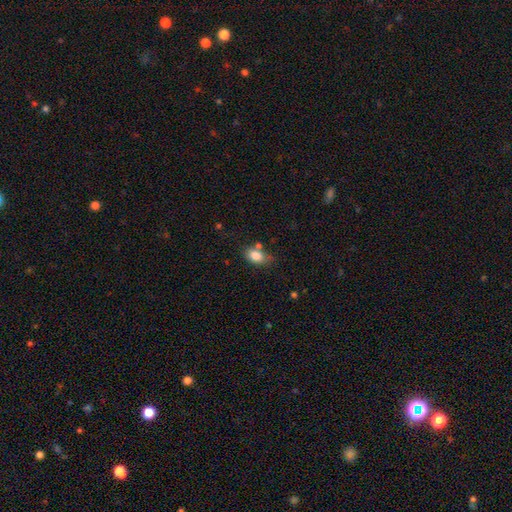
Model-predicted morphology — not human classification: Overall: smooth (82%). How rounded: in between (82%). Merging: none (59%; minor disturbance 22%).